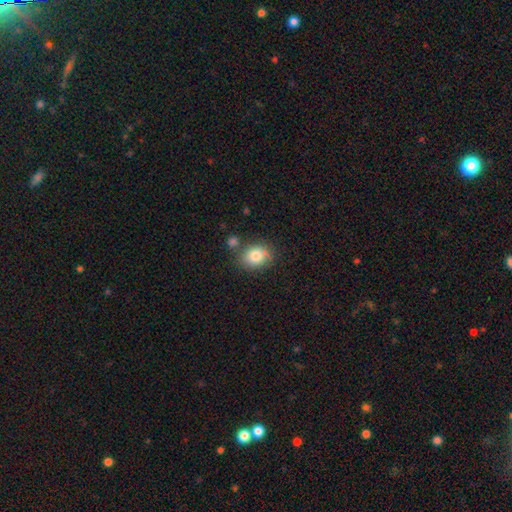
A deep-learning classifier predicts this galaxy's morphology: Q: Smooth or featured?
A: smooth (80%); runner-up: featured or disk (10%)
Q: How rounded?
A: round (54%); runner-up: in between (45%)
Q: Merging?
A: none (69%); runner-up: minor disturbance (17%)